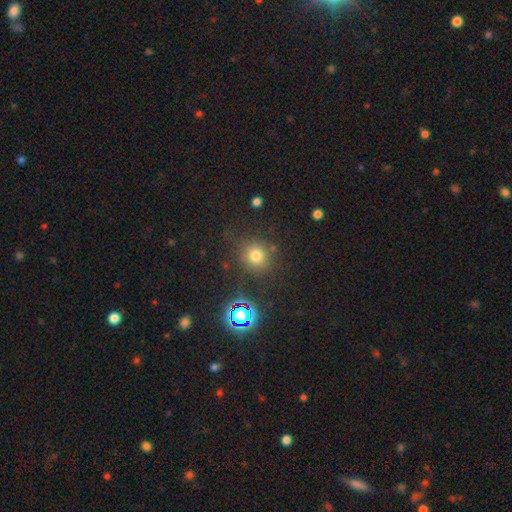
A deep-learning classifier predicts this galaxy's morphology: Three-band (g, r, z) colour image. It shows a smooth galaxy with no disk features (72%) that is round (87%). Merging: none (80%).